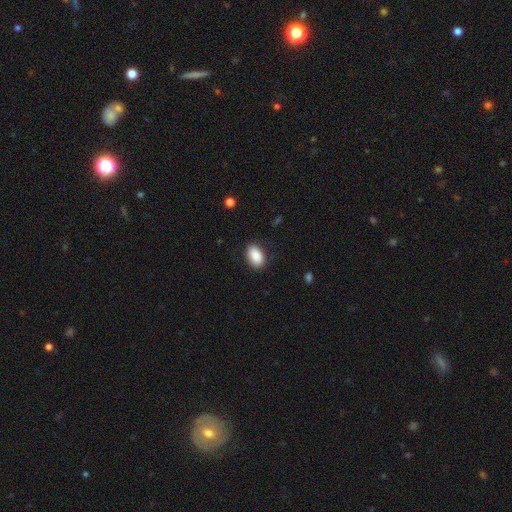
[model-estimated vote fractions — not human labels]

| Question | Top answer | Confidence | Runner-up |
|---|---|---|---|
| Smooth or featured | smooth | 90% | star or artifact (7%) |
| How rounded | in between | 89% | round (10%) |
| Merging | none | 85% | minor disturbance (11%) |